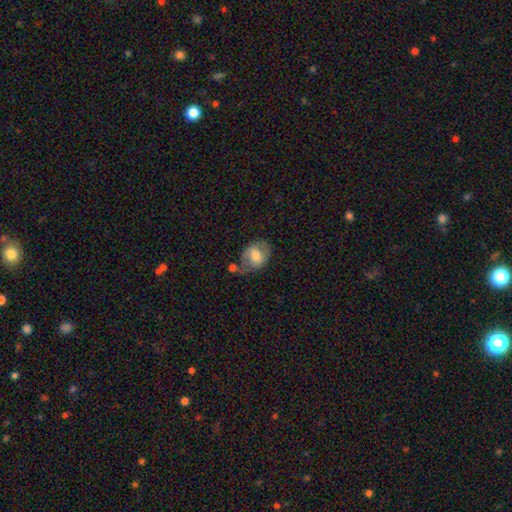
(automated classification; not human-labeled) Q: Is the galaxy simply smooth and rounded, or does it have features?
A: smooth — 54%.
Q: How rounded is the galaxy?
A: in between — 61%.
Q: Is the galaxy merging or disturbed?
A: none — 49%.